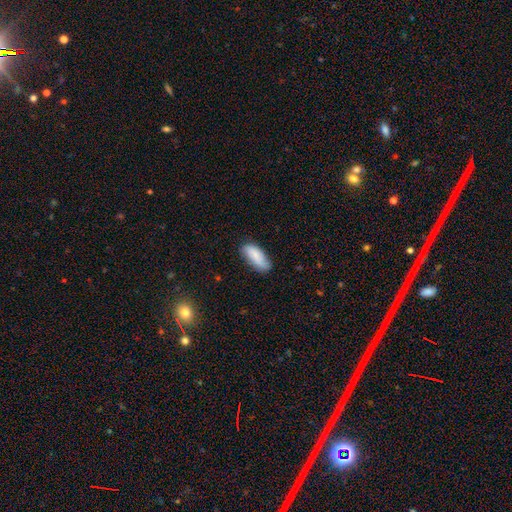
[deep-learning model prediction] smooth 79%, featured or disk 15%, star or artifact 6%. Down the decision tree: how rounded — in between (82%); merging — none (74%).